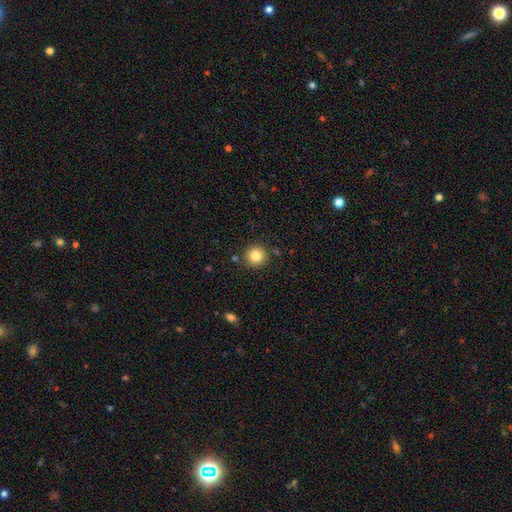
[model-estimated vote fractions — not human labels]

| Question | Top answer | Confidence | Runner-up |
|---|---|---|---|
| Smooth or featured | smooth | 83% | star or artifact (11%) |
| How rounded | round | 94% | in between (5%) |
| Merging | none | 89% | minor disturbance (7%) |